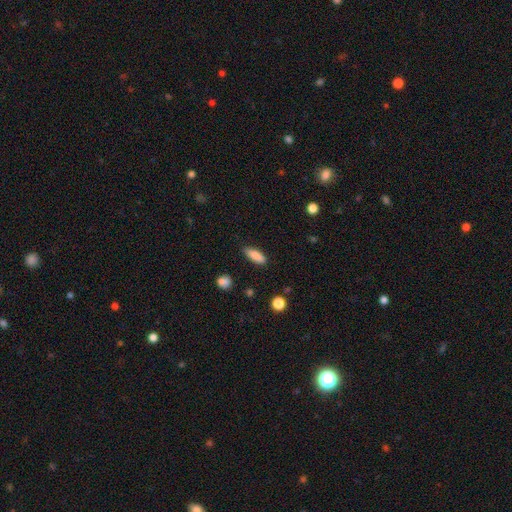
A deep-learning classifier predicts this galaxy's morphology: smooth 84%, featured or disk 9%, star or artifact 7%. Down the decision tree: how rounded — in between (57%); merging — none (85%).